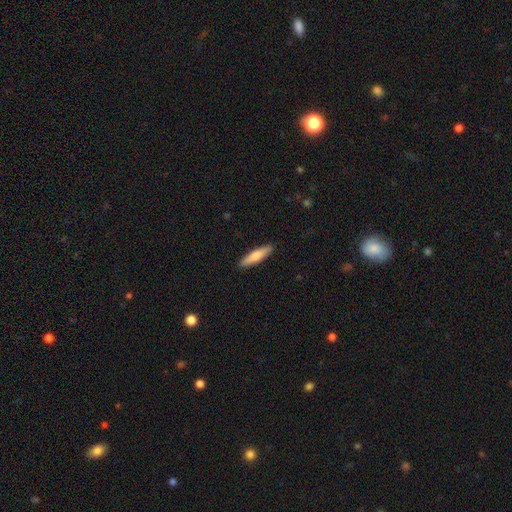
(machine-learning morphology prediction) A smooth galaxy with no disk features (72%) that is cigar-shaped (79%).

Vote fractions:
- Smooth or featured? smooth: 72% / featured or disk: 23% / star or artifact: 5%
- How rounded? cigar-shaped: 79% / in between: 19% / round: 2%
- Merging? none: 91% / minor disturbance: 7% / major disturbance: 1% / merger: 1%